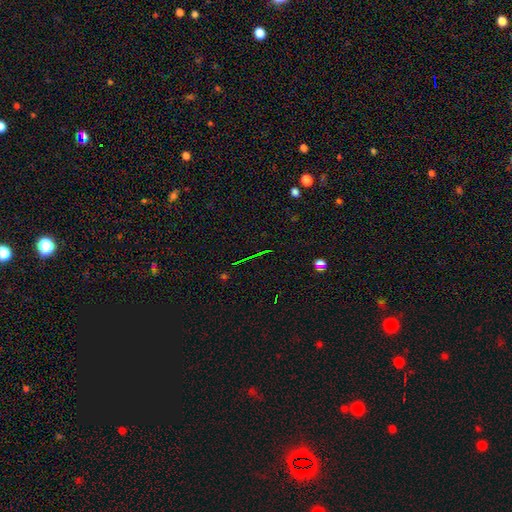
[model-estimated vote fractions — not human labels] Smooth or featured: star or artifact — 71% (smooth — 17%)